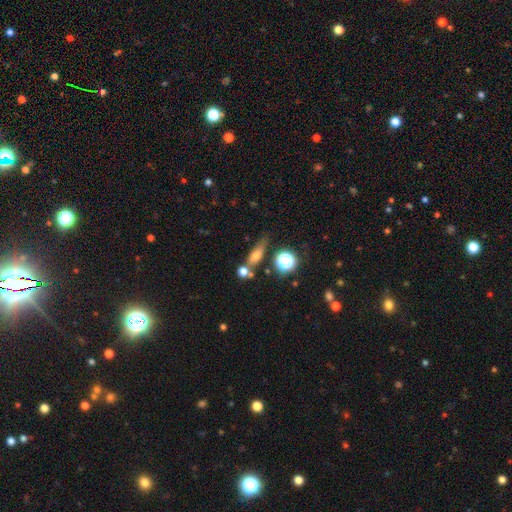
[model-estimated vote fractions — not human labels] The model was most divided on "how rounded": in between: 41%, cigar-shaped: 37%, round: 21%. More confident: smooth or featured — smooth (61%); merging — none (53%).